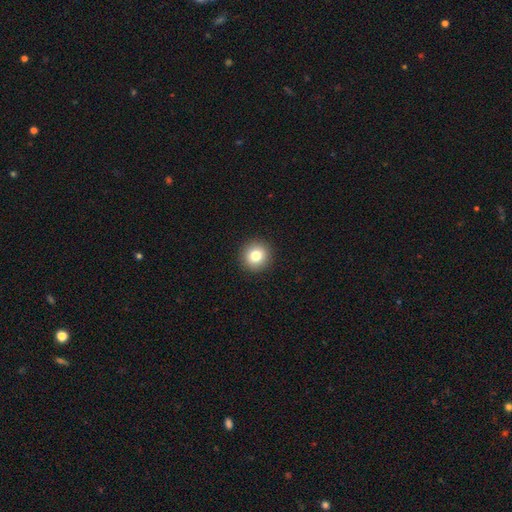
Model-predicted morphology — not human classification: type=smooth (80%); roundness=round (95%); merging=none (93%).